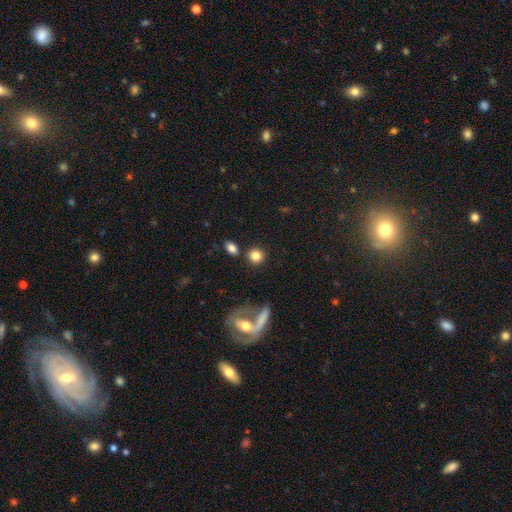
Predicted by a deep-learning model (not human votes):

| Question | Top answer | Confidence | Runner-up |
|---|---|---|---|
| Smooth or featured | smooth | 83% | star or artifact (9%) |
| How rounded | round | 83% | in between (15%) |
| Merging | none | 78% | merger (10%) |